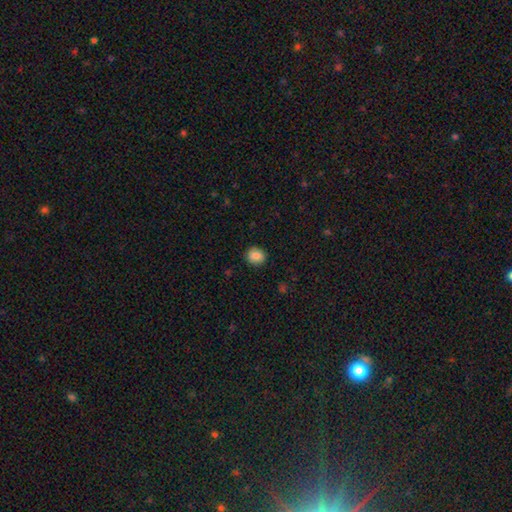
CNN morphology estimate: Smooth or featured: smooth — 85% (star or artifact — 9%)
How rounded: round — 77% (in between — 22%)
Merging: none — 90% (minor disturbance — 7%)